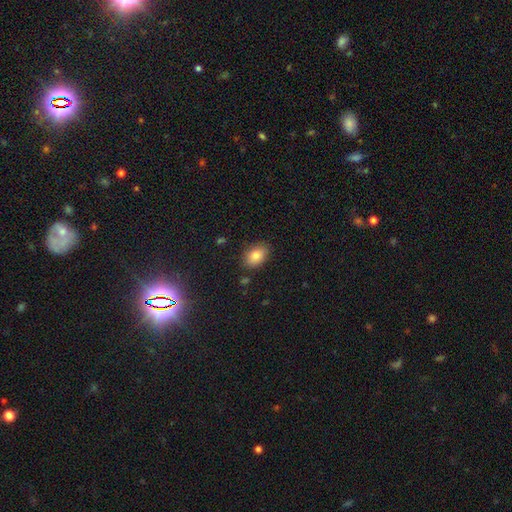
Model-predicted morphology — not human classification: Smooth or featured: smooth — 83% (star or artifact — 9%)
How rounded: in between — 87% (round — 12%)
Merging: none — 83% (minor disturbance — 12%)